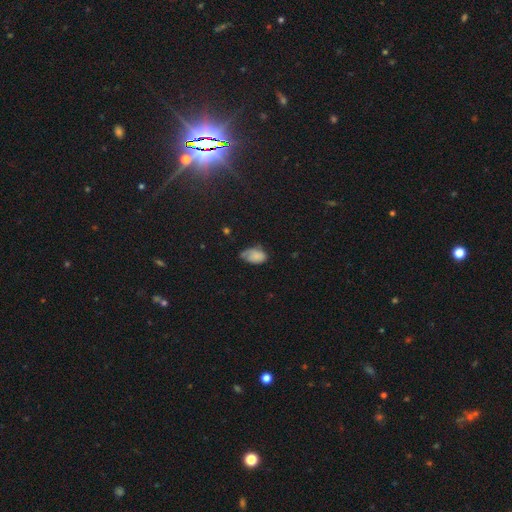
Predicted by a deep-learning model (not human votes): Q: Smooth or featured?
A: smooth (73%); runner-up: featured or disk (16%)
Q: How rounded?
A: in between (89%); runner-up: round (9%)
Q: Merging?
A: none (42%); runner-up: minor disturbance (41%)